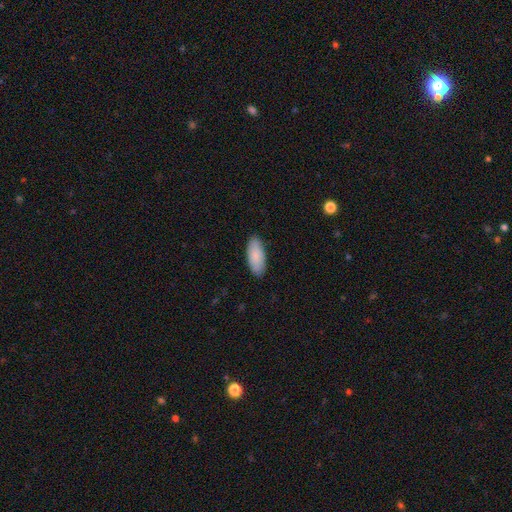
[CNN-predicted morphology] smooth 86%, featured or disk 8%, star or artifact 6%. Down the decision tree: how rounded — in between (85%); merging — none (87%).